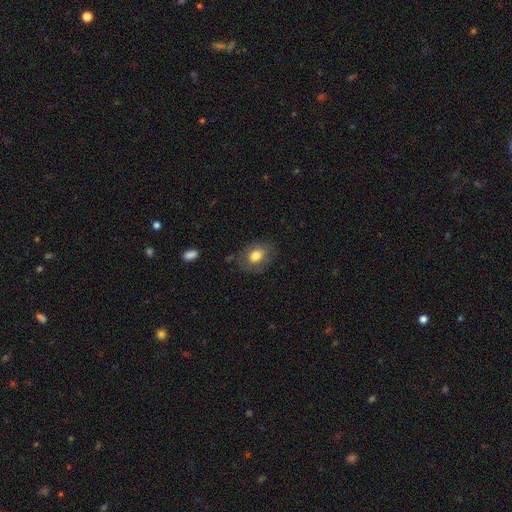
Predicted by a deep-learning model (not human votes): This is likely a smooth galaxy (76%). How rounded: likely in between (69%). Merging: likely none (76%).